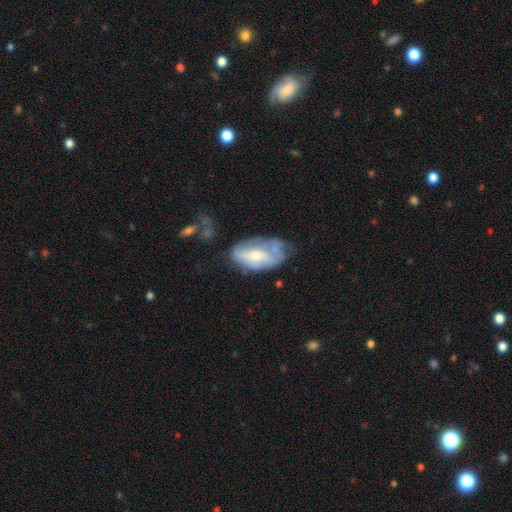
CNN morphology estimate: Smooth or featured: featured or disk — 56% (smooth — 37%)
Edge-on disk: no — 92% (yes — 8%)
Bar: no — 60% (weak — 29%)
Spiral arms: no — 55% (yes — 45%)
Bulge size: moderate — 50% (small — 40%)
Merging: none — 40% (minor disturbance — 30%)